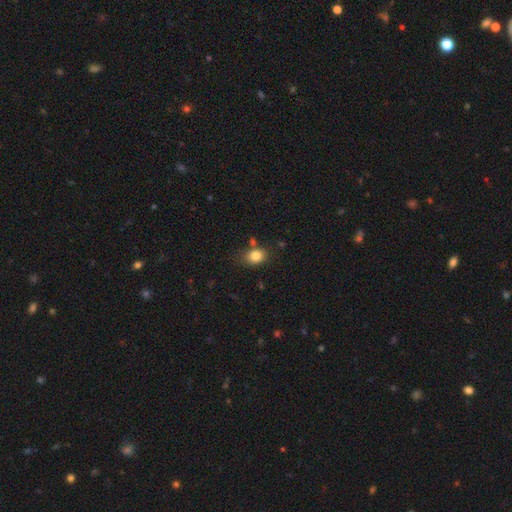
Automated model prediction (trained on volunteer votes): Smooth or featured? smooth (83%)
How rounded? in between (56%)
Merging? none (70%)